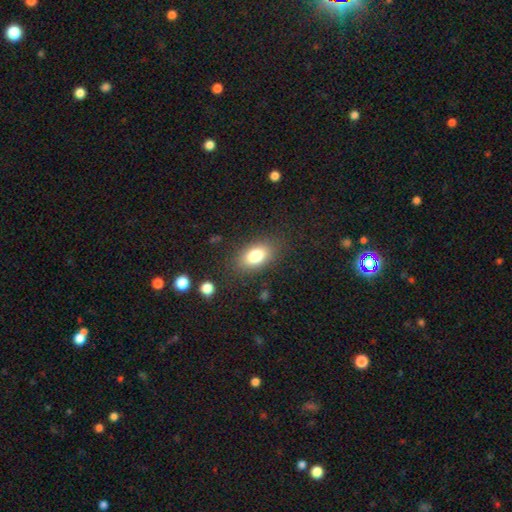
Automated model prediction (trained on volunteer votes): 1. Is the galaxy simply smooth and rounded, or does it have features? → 80% smooth, 11% featured or disk, 9% star or artifact.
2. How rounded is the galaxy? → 89% in between, 8% round, 3% cigar-shaped.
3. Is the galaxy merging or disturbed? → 83% none, 11% minor disturbance, 4% major disturbance, 1% merger.